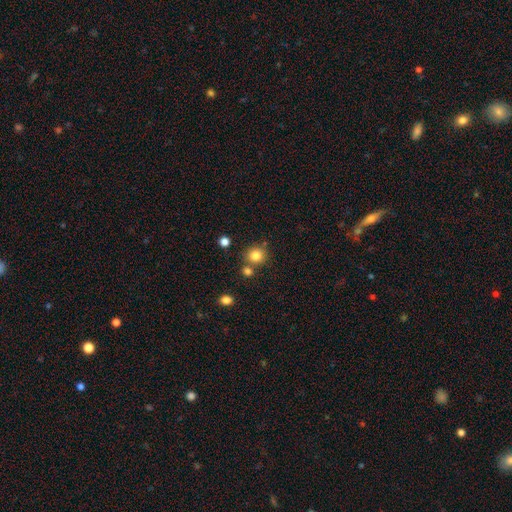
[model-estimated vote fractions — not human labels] smooth_or_featured: smooth (p=0.82) [alt: star or artifact p=0.12]
how_rounded: round (p=0.87) [alt: in between p=0.12]
merging: none (p=0.71) [alt: merger p=0.16]